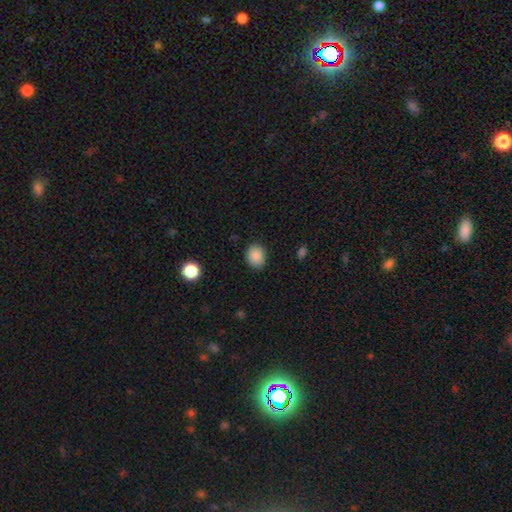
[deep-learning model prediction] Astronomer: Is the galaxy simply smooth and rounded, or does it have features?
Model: smooth — 88%.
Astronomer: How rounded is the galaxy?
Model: round — 59% (runner-up: in between, 40%).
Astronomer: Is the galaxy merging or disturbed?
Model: none — 85%.